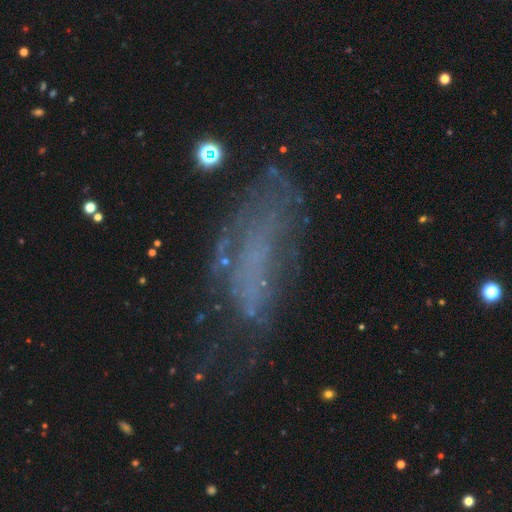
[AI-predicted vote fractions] This appears to be a featured or disk galaxy (46%). Merging: none (41%).